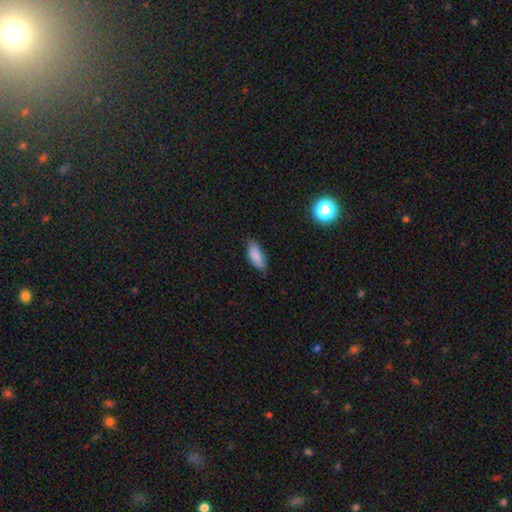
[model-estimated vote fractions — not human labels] Morphology: type=smooth (87%); roundness=in between (81%); merging=none (77%).